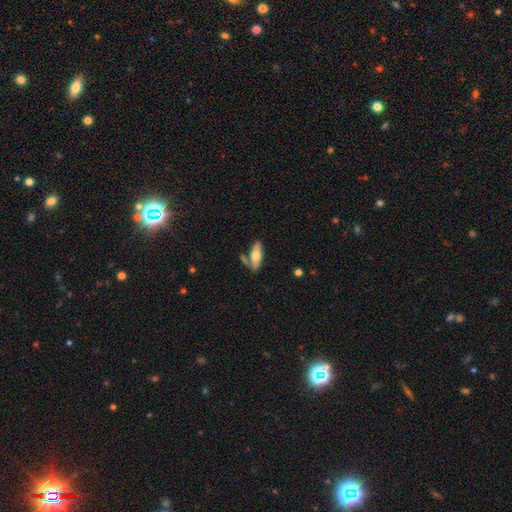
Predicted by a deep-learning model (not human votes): Overall: smooth (62%; featured or disk 32%). How rounded: in between (72%). Merging: none (62%).